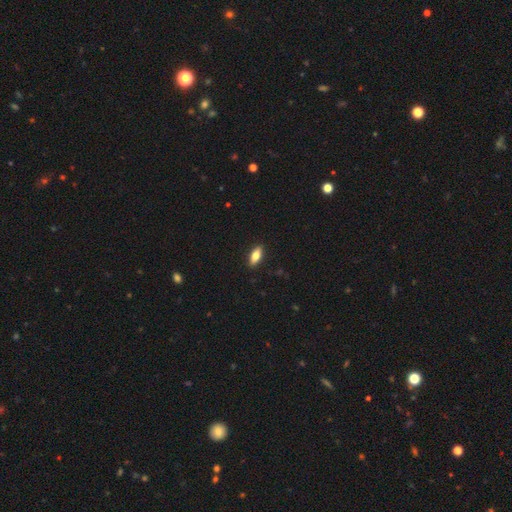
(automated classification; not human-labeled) Morphology: type=smooth (74%); roundness=in between (78%); merging=none (89%).